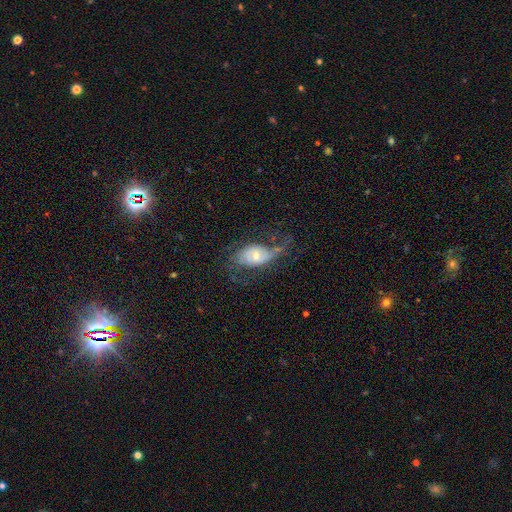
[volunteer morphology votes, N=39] Smooth or featured? featured or disk (67%)
Edge-on disk? no (92%)
Bar? no (67%)
Spiral arms? yes (67%)
Spiral winding? loose (44%)
Spiral arm count? 2 (50%)
Bulge size? moderate (58%)
Merging? major disturbance (41%)